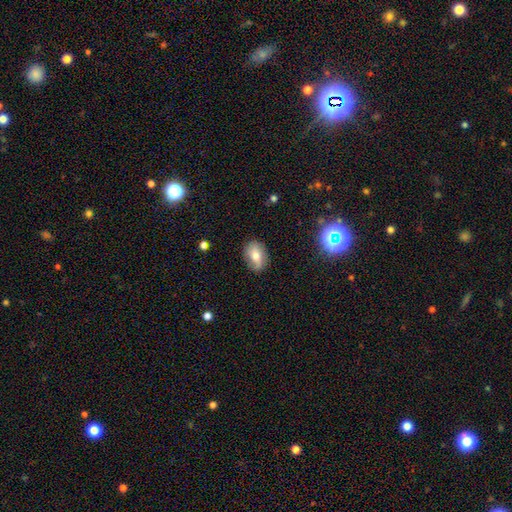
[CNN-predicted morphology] Smooth or featured?
  - smooth: 63% *
  - featured or disk: 26%
  - star or artifact: 11%
How rounded?
  - in between: 73% *
  - round: 25%
  - cigar-shaped: 2%
Merging?
  - none: 79% *
  - minor disturbance: 16%
  - major disturbance: 4%
  - merger: 1%